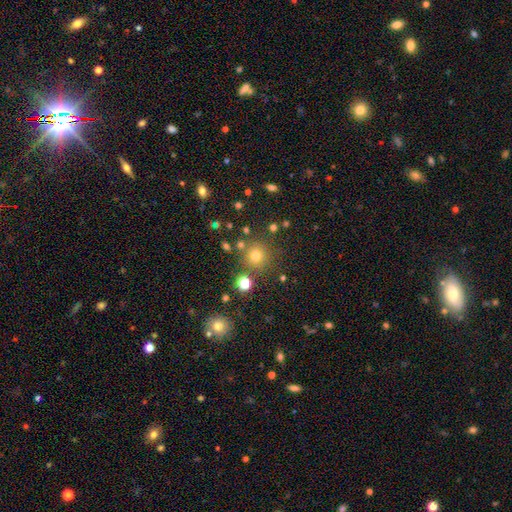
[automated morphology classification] This is likely a smooth galaxy (71%). How rounded: clearly round (94%). Merging: clearly none (83%).